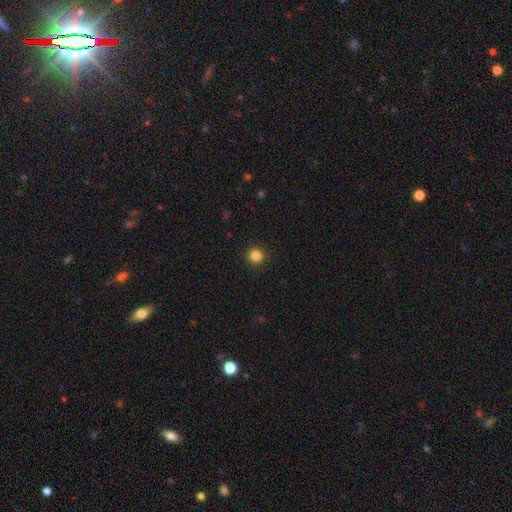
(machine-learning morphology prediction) smooth-or-featured: smooth: 84% | star or artifact: 12% | featured or disk: 4%
  how-rounded: round: 95% | in between: 4% | cigar-shaped: 1%
  merging: none: 93% | minor disturbance: 4% | major disturbance: 2% | merger: 1%